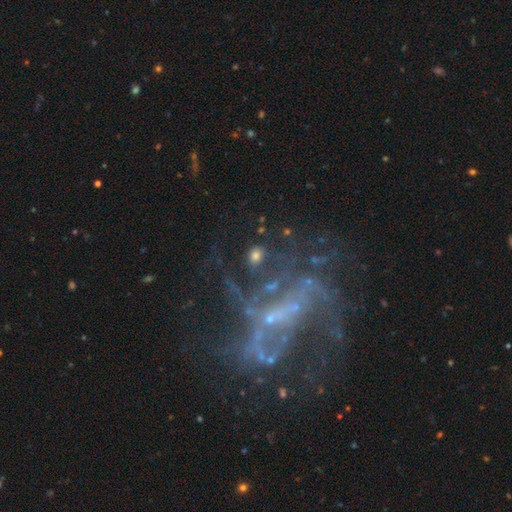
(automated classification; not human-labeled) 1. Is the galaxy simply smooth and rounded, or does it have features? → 50% smooth, 28% featured or disk, 22% star or artifact.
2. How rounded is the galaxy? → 51% in between, 46% round, 3% cigar-shaped.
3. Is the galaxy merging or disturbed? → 65% none, 17% minor disturbance, 12% major disturbance, 7% merger.